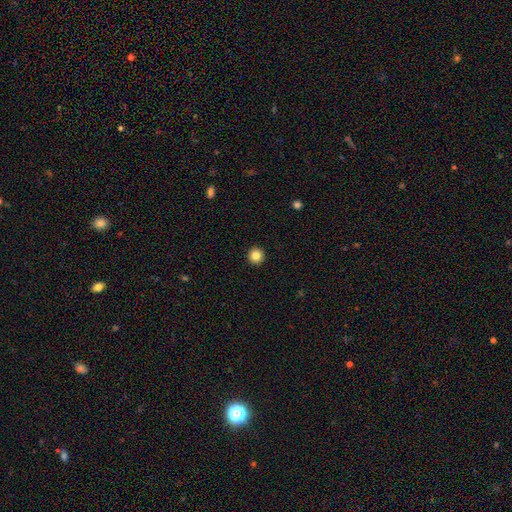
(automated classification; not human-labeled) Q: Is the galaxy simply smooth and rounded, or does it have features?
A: smooth — 84%.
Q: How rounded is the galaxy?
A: round — 95%.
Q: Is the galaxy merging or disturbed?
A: none — 94%.